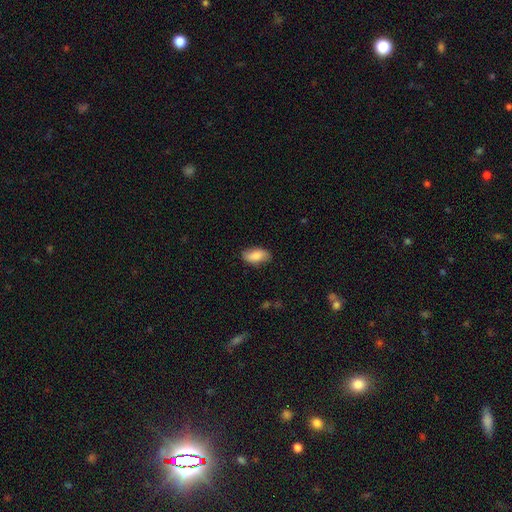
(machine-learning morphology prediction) smooth 80%, featured or disk 13%, star or artifact 7%. Down the decision tree: how rounded — in between (91%); merging — none (82%).